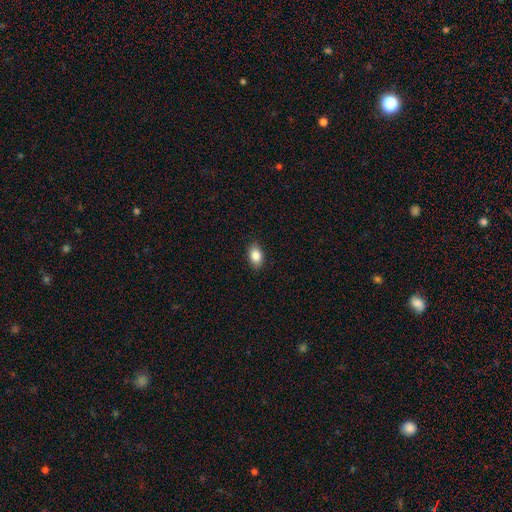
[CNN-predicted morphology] smooth-or-featured: smooth: 85% | star or artifact: 8% | featured or disk: 7%
  how-rounded: in between: 86% | round: 12% | cigar-shaped: 2%
  merging: none: 88% | minor disturbance: 9% | major disturbance: 2% | merger: 1%